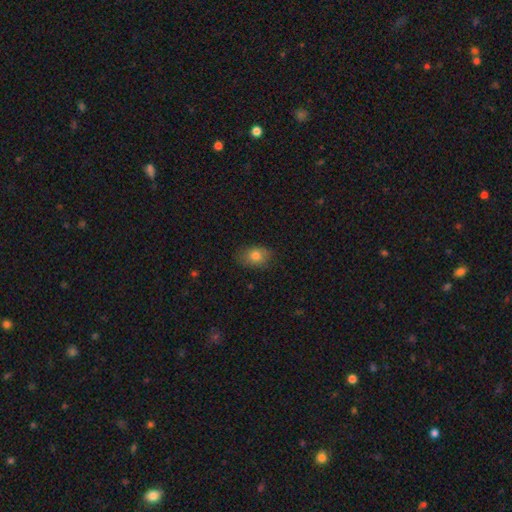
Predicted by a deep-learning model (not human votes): This appears to be a smooth galaxy with no disk features (80%) that is in between round and cigar-shaped (74%). Merging: none (81%).